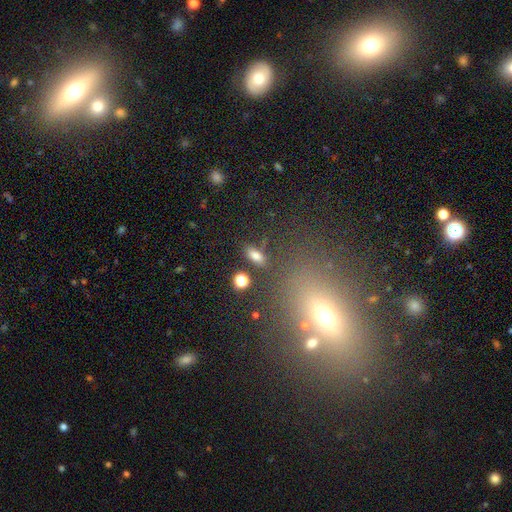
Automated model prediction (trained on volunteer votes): Smooth or featured: smooth — 77% (star or artifact — 13%)
How rounded: in between — 80% (cigar-shaped — 12%)
Merging: none — 78% (minor disturbance — 12%)